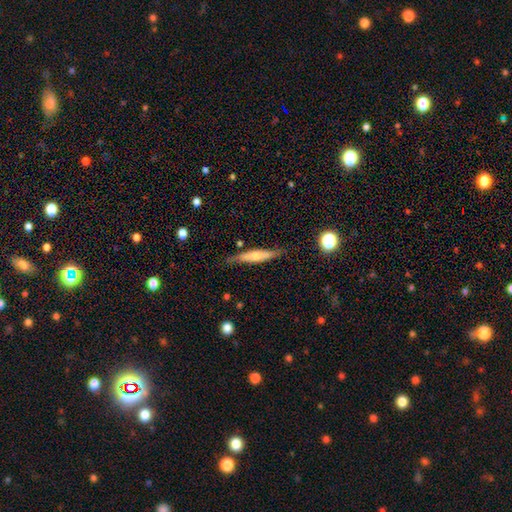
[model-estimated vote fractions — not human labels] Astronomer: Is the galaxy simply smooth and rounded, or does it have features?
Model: featured or disk — 47%, tied with smooth at 47%.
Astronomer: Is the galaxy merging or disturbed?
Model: none — 78%.